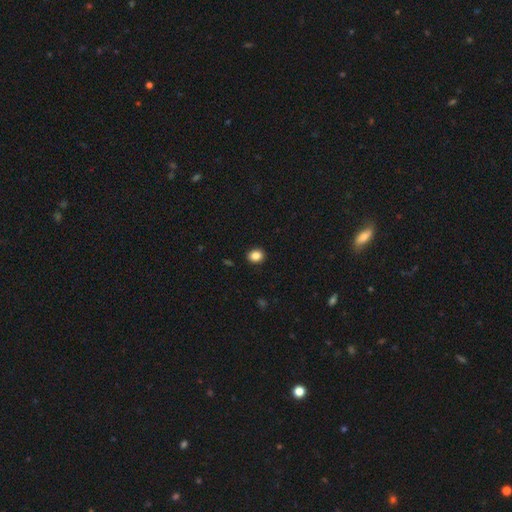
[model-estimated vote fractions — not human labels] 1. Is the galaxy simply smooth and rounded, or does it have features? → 86% smooth, 10% star or artifact, 4% featured or disk.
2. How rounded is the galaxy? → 62% round, 37% in between, 1% cigar-shaped.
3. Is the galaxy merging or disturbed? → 91% none, 6% minor disturbance, 2% major disturbance, 1% merger.